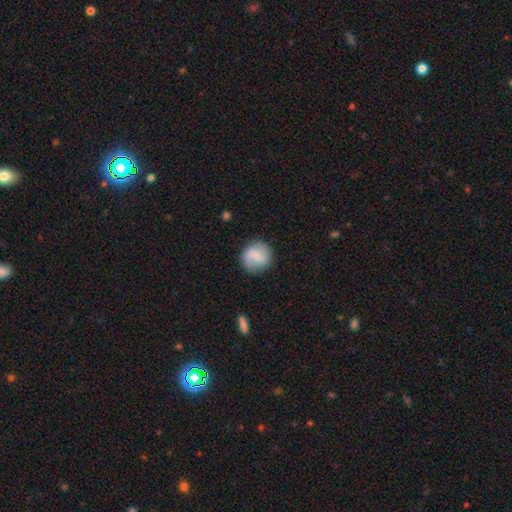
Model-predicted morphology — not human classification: Q: Smooth or featured?
A: smooth (66%); runner-up: featured or disk (27%)
Q: How rounded?
A: round (89%); runner-up: in between (10%)
Q: Merging?
A: none (82%); runner-up: minor disturbance (13%)